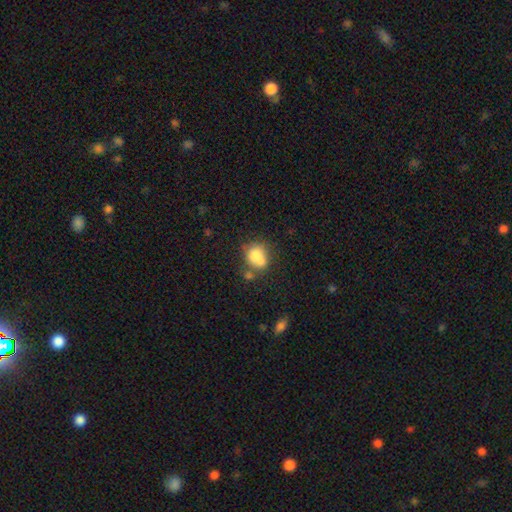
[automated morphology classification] A smooth galaxy with no disk features (76%) that is round (68%). Merging: none (43%).